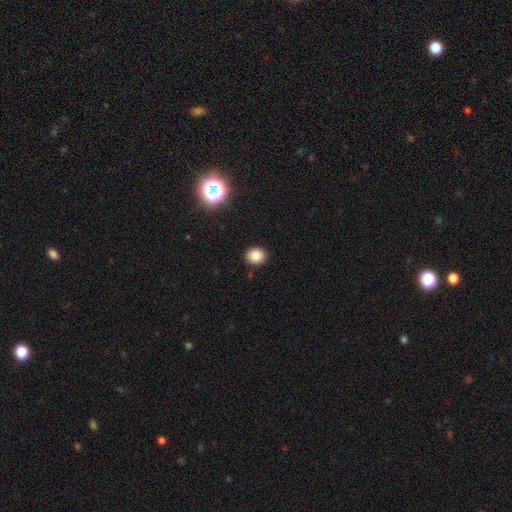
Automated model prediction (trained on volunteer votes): A smooth galaxy with no disk features (83%) that is round (71%).

Vote fractions:
- Smooth or featured? smooth: 83% / star or artifact: 12% / featured or disk: 5%
- How rounded? round: 71% / in between: 28% / cigar-shaped: 1%
- Merging? none: 91% / minor disturbance: 6% / major disturbance: 2% / merger: 1%